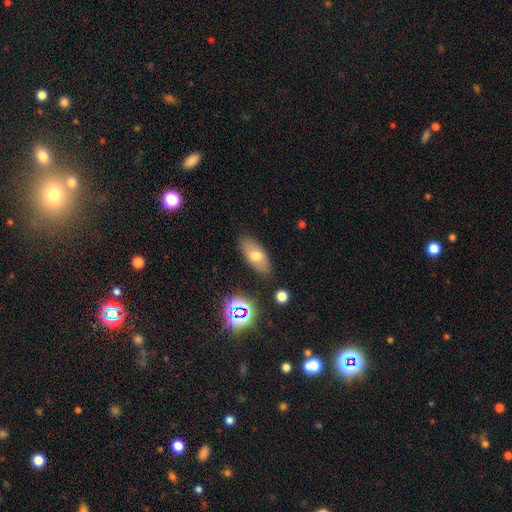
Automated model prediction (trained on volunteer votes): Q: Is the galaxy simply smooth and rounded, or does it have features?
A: smooth — 67%.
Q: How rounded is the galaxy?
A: in between — 87%.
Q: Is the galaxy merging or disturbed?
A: none — 83%.